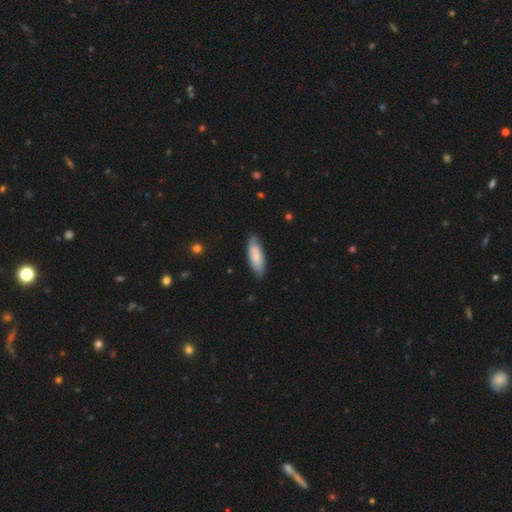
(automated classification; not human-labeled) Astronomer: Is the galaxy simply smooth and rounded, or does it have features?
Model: smooth — 75%.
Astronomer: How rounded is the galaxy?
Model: in between — 65%.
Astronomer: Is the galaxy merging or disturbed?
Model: none — 78%.